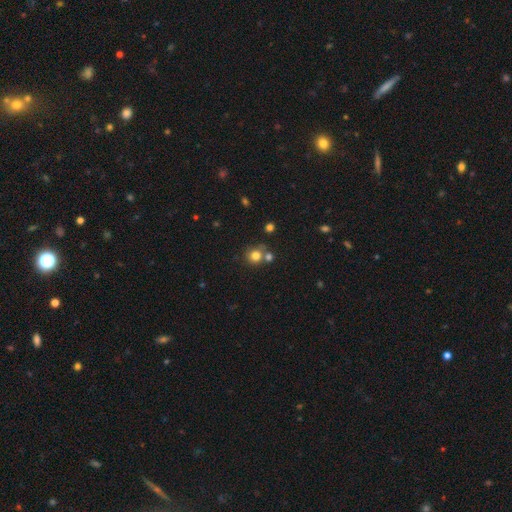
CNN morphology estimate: Smooth or featured: smooth — 79% (star or artifact — 13%)
How rounded: round — 87% (in between — 12%)
Merging: none — 62% (merger — 24%)